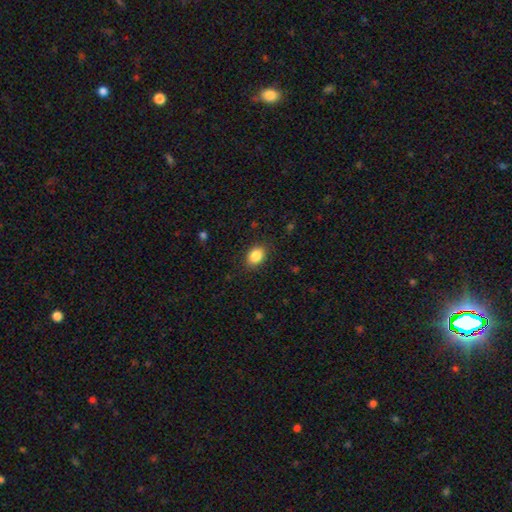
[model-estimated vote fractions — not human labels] Smooth or featured? Predicted: smooth (p=0.86). How rounded? Predicted: in between (p=0.65). Merging? Predicted: none (p=0.87).